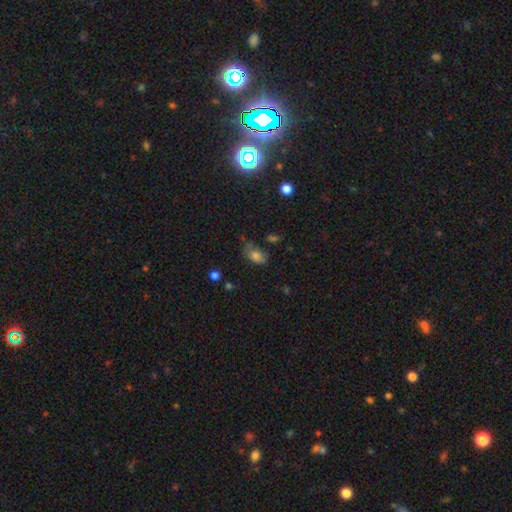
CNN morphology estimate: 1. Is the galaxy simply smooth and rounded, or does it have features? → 73% smooth, 15% featured or disk, 11% star or artifact.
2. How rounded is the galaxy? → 85% in between, 13% round, 2% cigar-shaped.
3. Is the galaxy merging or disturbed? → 48% none, 32% minor disturbance, 14% major disturbance, 6% merger.